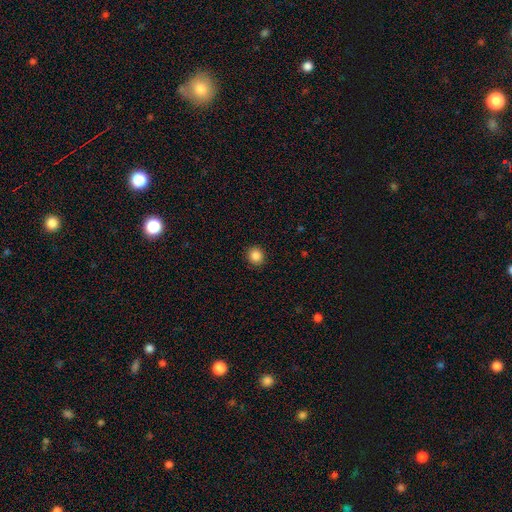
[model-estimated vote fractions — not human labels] This appears to be a smooth galaxy with no disk features (86%) that is round (90%). Merging: none (92%).